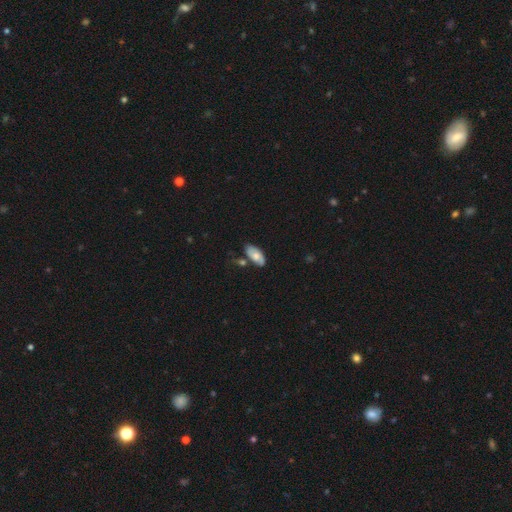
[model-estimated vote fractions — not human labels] smooth_or_featured: smooth (p=0.61) [alt: featured or disk p=0.32]
how_rounded: in between (p=0.92) [alt: cigar-shaped p=0.05]
merging: none (p=0.66) [alt: minor disturbance p=0.19]